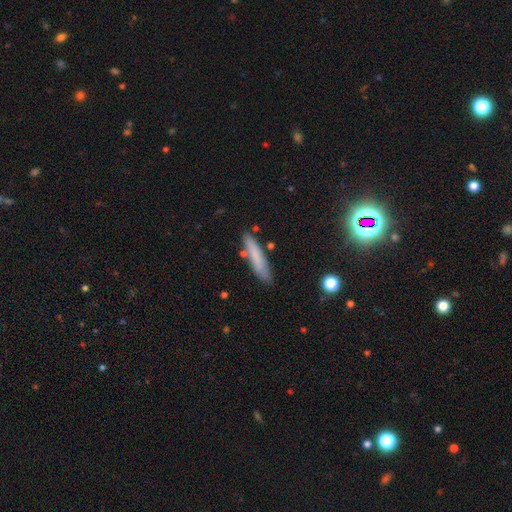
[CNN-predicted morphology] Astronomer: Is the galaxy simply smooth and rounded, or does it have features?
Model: smooth — 73%.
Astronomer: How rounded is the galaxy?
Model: cigar-shaped — 88%.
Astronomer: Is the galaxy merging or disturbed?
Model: none — 79%.